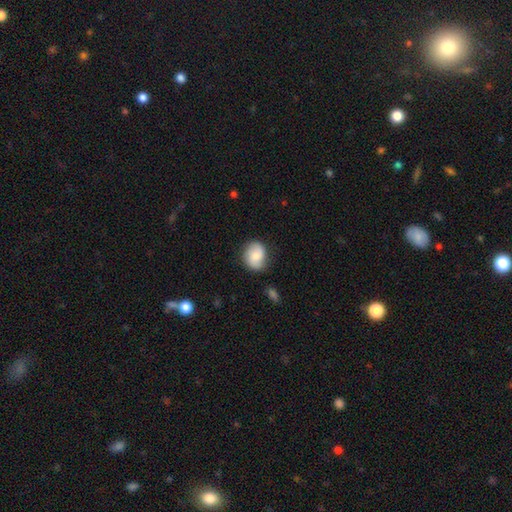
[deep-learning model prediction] Smooth or featured? Predicted: smooth (p=0.64). How rounded? Predicted: round (p=0.62). Merging? Predicted: none (p=0.76).